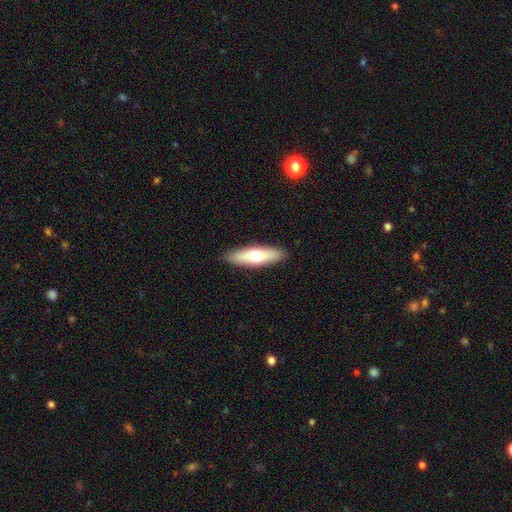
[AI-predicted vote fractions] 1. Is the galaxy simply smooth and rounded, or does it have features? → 62% smooth, 33% featured or disk, 5% star or artifact.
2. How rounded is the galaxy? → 60% cigar-shaped, 38% in between, 2% round.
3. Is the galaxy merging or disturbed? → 89% none, 8% minor disturbance, 2% major disturbance, 1% merger.